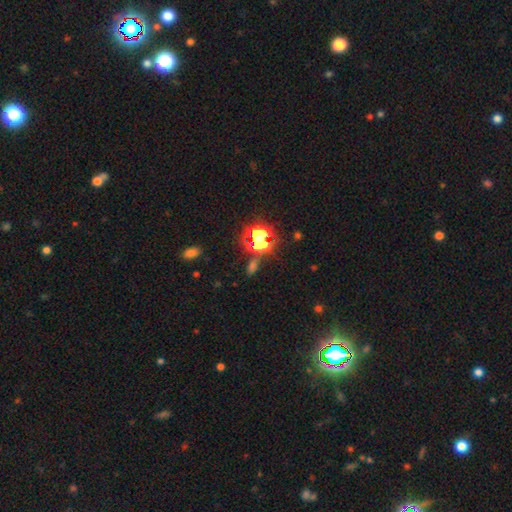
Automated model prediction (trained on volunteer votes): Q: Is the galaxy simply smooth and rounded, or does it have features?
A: star or artifact — 69%.